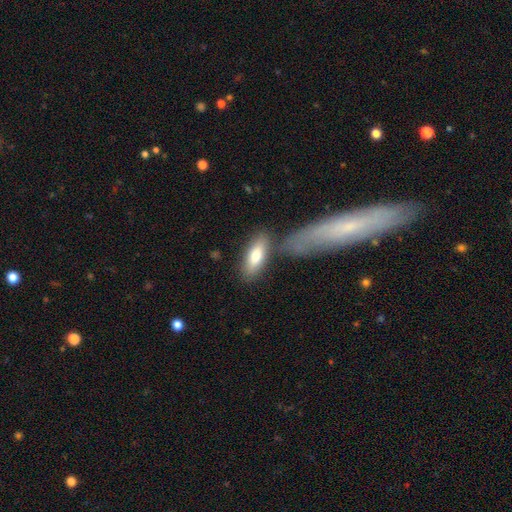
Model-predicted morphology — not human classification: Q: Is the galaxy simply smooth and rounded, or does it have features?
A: smooth — 76%.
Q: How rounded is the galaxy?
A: in between — 69%.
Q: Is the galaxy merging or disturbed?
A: none — 65%.